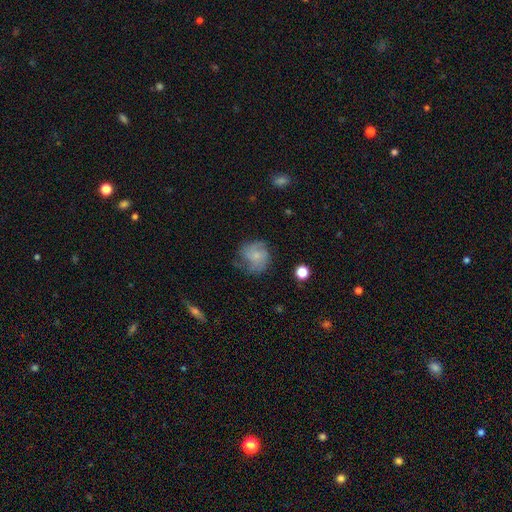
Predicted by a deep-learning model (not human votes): Smooth or featured: smooth — 48% (featured or disk — 43%)
Merging: none — 55% (minor disturbance — 28%)